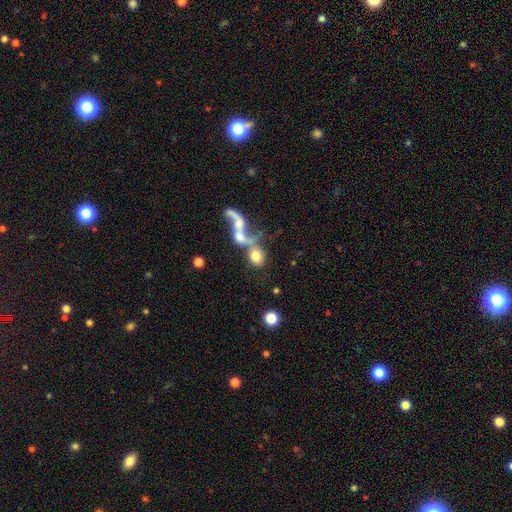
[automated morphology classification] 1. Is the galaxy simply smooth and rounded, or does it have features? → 64% smooth, 25% featured or disk, 11% star or artifact.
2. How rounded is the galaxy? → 63% round, 33% in between, 4% cigar-shaped.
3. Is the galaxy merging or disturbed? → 52% merger, 30% none, 10% major disturbance, 8% minor disturbance.